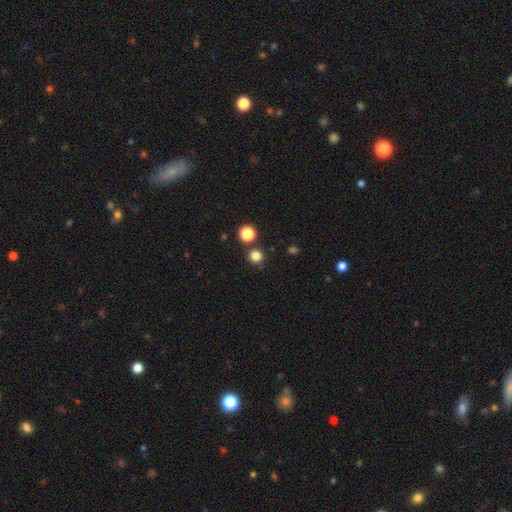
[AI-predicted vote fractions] Overall: smooth (82%). How rounded: round (93%). Merging: none (83%).